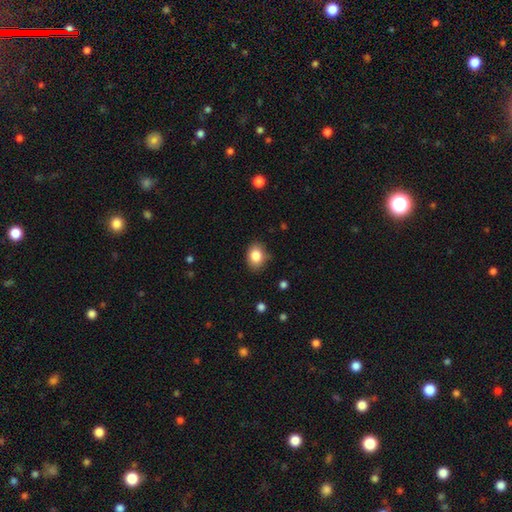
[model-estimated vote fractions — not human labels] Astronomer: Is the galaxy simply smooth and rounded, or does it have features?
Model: smooth — 85%.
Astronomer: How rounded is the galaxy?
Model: in between — 62% (runner-up: round, 37%).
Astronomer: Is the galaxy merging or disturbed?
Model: none — 83%.